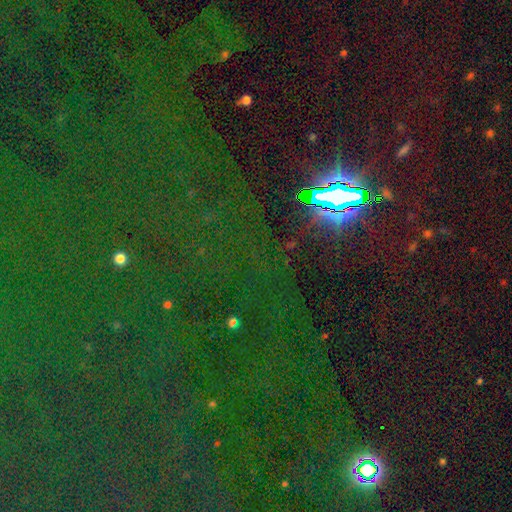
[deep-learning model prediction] Smooth or featured? Predicted: star or artifact (p=0.85).